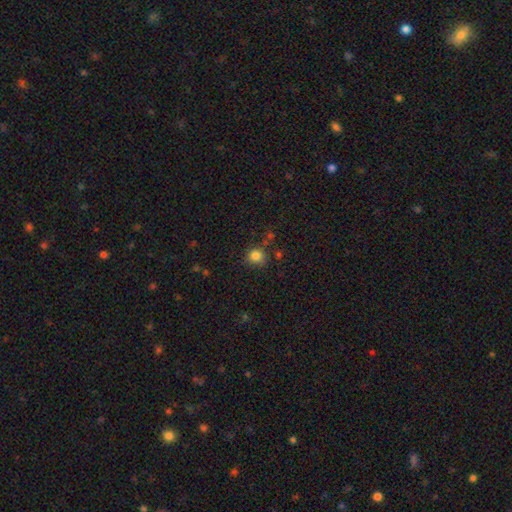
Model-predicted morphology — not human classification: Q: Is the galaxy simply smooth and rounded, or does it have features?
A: smooth — 82%.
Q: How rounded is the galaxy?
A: round — 85%.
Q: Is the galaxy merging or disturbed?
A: none — 78%.